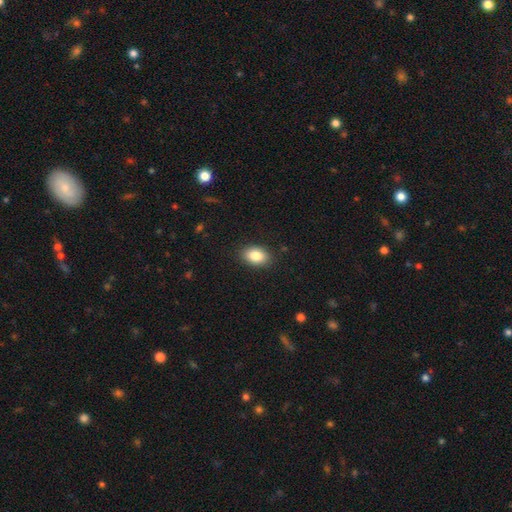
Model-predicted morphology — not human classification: Q: Smooth or featured?
A: smooth (85%); runner-up: star or artifact (8%)
Q: How rounded?
A: in between (86%); runner-up: round (13%)
Q: Merging?
A: none (87%); runner-up: minor disturbance (9%)